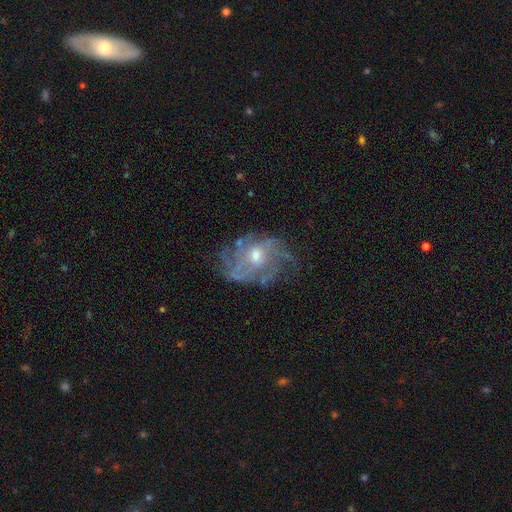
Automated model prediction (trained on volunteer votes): Morphology: type=featured or disk (78%); edge-on=no (96%); bar=no (68%); spiral arms=yes (89%); winding=tight (41%); arm count=can't tell (36%); bulge=moderate (67%); merging=none (69%).